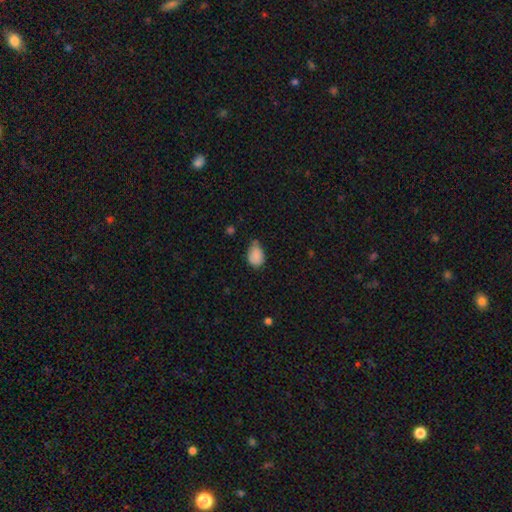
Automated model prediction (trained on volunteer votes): This appears to be a smooth galaxy with no disk features (86%) that is in between round and cigar-shaped (77%). Merging: minor disturbance (44%, tied with none).